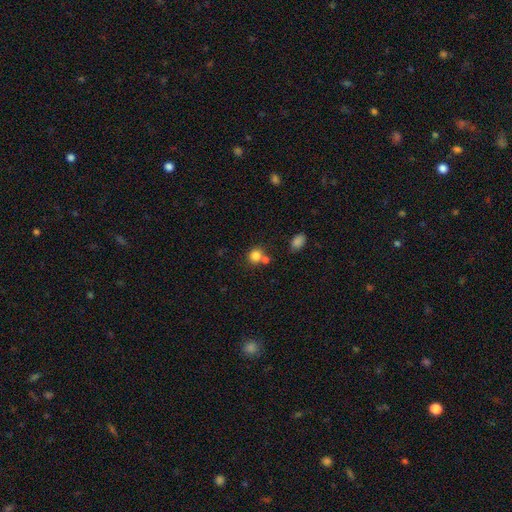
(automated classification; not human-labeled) This appears to be a smooth galaxy with no disk features (81%) that is round (84%). Merging: none (56%).